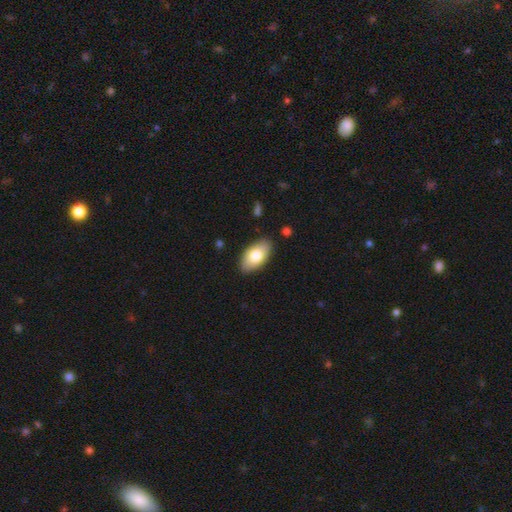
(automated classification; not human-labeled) smooth 77%, featured or disk 17%, star or artifact 6%. Down the decision tree: how rounded — in between (94%); merging — none (87%).